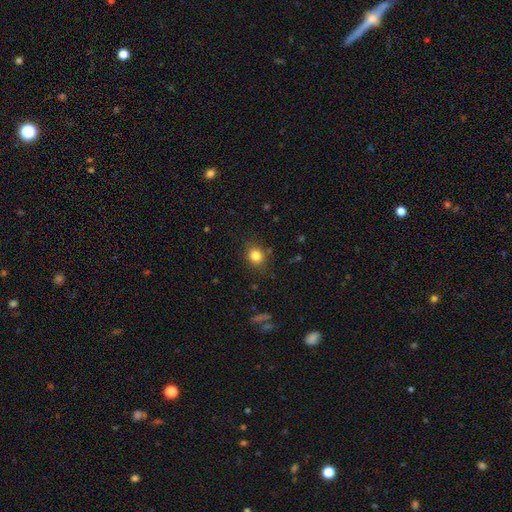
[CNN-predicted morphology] A smooth galaxy with no disk features (83%) that is round (70%). Merging: none (83%).